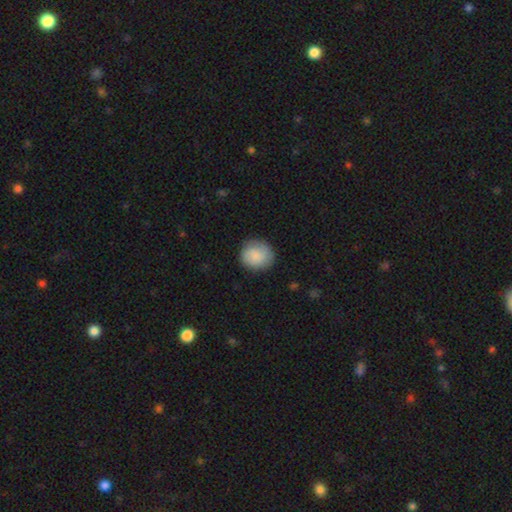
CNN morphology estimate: smooth 80%, featured or disk 14%, star or artifact 6%. Down the decision tree: how rounded — round (80%); merging — none (80%).